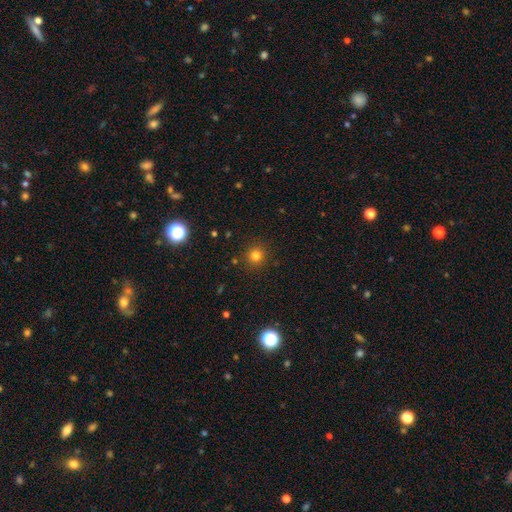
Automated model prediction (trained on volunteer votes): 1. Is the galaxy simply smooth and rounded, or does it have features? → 80% smooth, 15% star or artifact, 5% featured or disk.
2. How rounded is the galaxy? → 93% round, 6% in between, 1% cigar-shaped.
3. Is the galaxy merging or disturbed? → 89% none, 6% minor disturbance, 3% major disturbance, 2% merger.